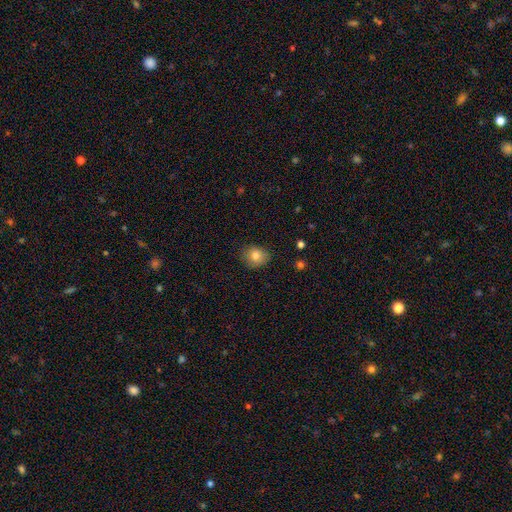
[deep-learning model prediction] Smooth or featured? smooth (82%)
How rounded? round (68%)
Merging? none (80%)